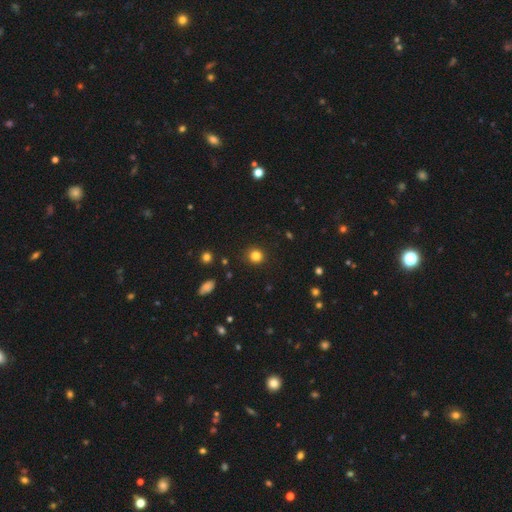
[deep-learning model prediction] smooth-or-featured: smooth: 83% | star or artifact: 13% | featured or disk: 4%
  how-rounded: round: 89% | in between: 10% | cigar-shaped: 1%
  merging: none: 90% | minor disturbance: 7% | major disturbance: 2% | merger: 1%